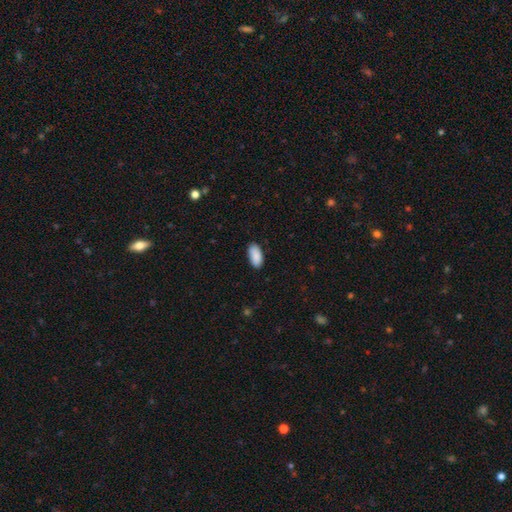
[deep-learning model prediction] This appears to be a smooth galaxy with no disk features (90%) that is in between round and cigar-shaped (93%). Merging: none (86%).